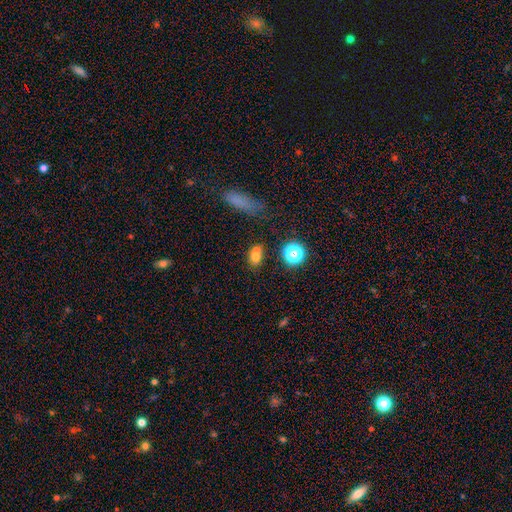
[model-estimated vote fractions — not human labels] Smooth or featured? Predicted: smooth (p=0.67). How rounded? Predicted: in between (p=0.60). Merging? Predicted: none (p=0.46).